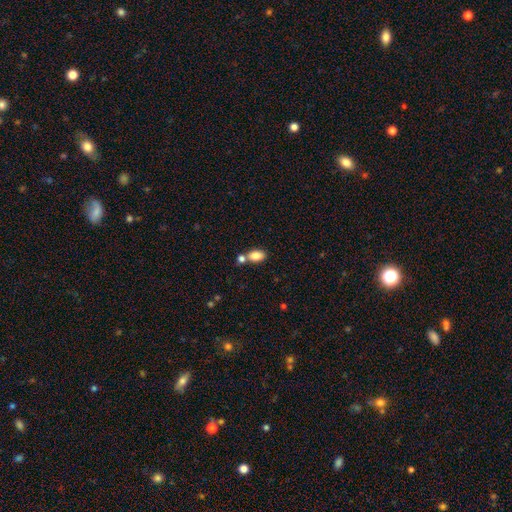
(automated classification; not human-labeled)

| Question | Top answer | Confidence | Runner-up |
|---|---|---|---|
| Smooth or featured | smooth | 84% | star or artifact (8%) |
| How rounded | in between | 88% | round (10%) |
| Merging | none | 56% | merger (30%) |